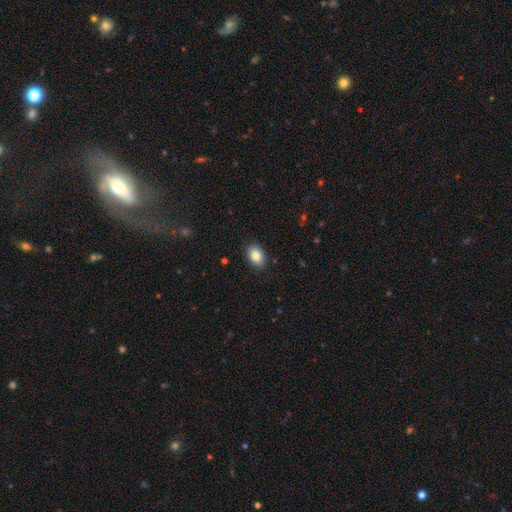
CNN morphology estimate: Smooth or featured? smooth (85%)
How rounded? in between (83%)
Merging? none (88%)